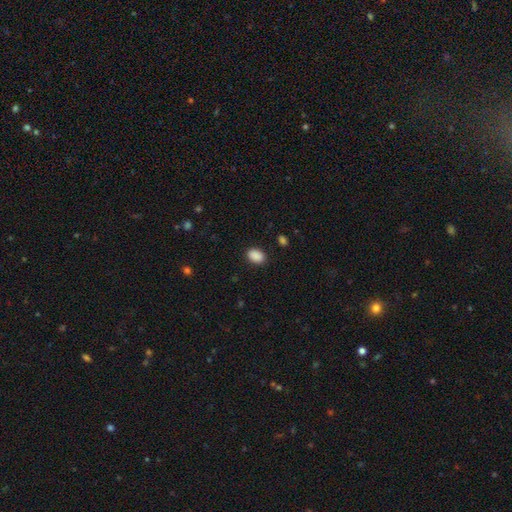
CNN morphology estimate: smooth-or-featured: smooth: 90% | star or artifact: 8% | featured or disk: 2%
  how-rounded: in between: 80% | round: 19% | cigar-shaped: 1%
  merging: none: 88% | minor disturbance: 9% | major disturbance: 2% | merger: 1%